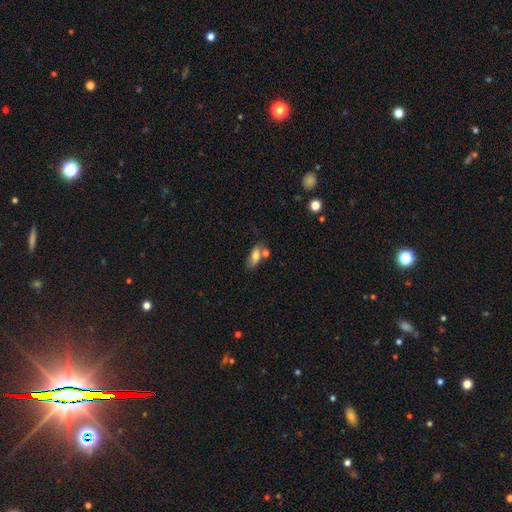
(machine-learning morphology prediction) smooth_or_featured: smooth (p=0.69) [alt: featured or disk p=0.22]
how_rounded: in between (p=0.79) [alt: cigar-shaped p=0.16]
merging: none (p=0.50) [alt: merger p=0.23]